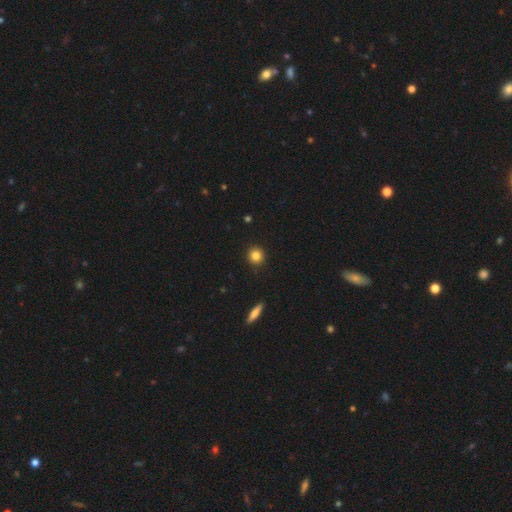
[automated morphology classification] type=smooth (84%); roundness=round (92%); merging=none (92%).